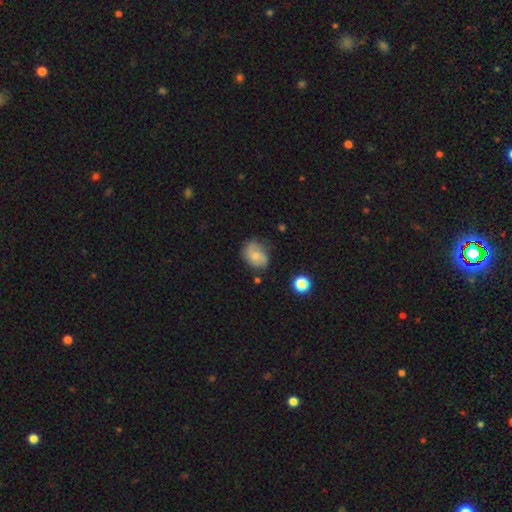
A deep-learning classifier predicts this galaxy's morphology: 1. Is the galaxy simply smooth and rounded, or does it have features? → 60% smooth, 30% featured or disk, 9% star or artifact.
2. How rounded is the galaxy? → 61% in between, 38% round, 1% cigar-shaped.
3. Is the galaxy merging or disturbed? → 63% none, 26% minor disturbance, 8% major disturbance, 3% merger.